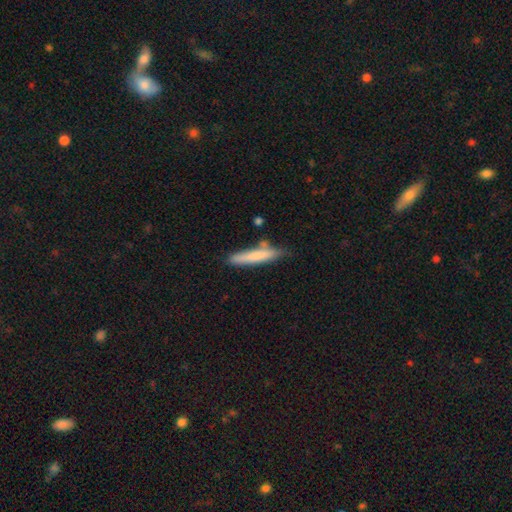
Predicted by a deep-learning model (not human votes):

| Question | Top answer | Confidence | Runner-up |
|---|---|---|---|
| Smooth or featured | smooth | 74% | featured or disk (21%) |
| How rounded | cigar-shaped | 91% | in between (8%) |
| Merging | none | 70% | minor disturbance (19%) |